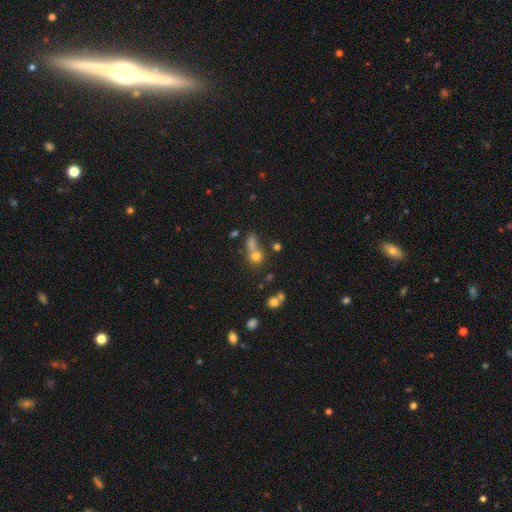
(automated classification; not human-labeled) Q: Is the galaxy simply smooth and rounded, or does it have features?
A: smooth — 62%.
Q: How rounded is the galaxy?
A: round — 76%.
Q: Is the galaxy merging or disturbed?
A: none — 45%.